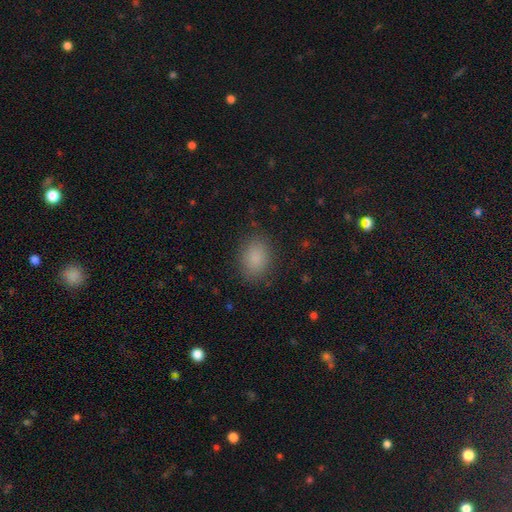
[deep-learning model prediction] This appears to be a smooth galaxy with no disk features (86%) that is in between round and cigar-shaped (70%). Merging: none (84%).